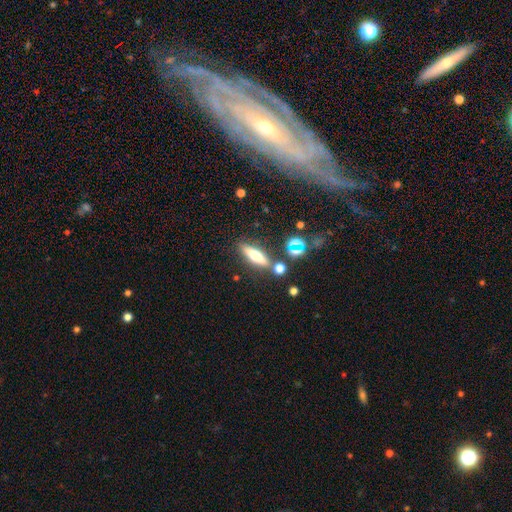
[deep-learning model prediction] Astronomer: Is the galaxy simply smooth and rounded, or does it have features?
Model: smooth — 53% (runner-up: featured or disk, 36%).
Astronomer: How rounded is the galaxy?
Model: cigar-shaped — 59% (runner-up: in between, 37%).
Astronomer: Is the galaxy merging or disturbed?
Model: none — 76%.